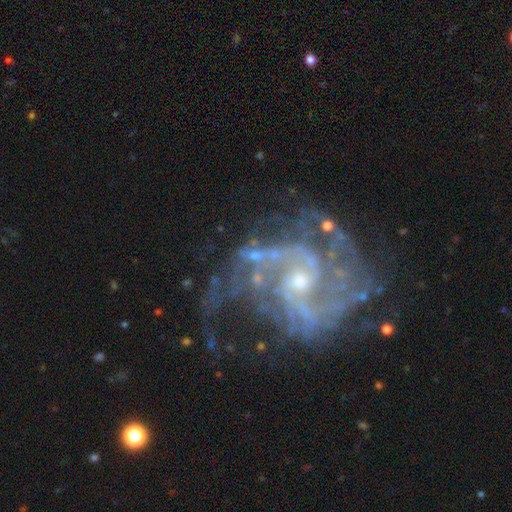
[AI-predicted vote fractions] Q: Smooth or featured?
A: featured or disk (88%); runner-up: star or artifact (8%)
Q: Edge-on disk?
A: no (98%); runner-up: yes (2%)
Q: Bar?
A: no (56%); runner-up: weak (33%)
Q: Spiral arms?
A: yes (97%); runner-up: no (3%)
Q: Spiral winding?
A: medium (52%); runner-up: tight (30%)
Q: Spiral arm count?
A: 2 (50%); runner-up: 3 (17%)
Q: Bulge size?
A: small (59%); runner-up: moderate (34%)
Q: Merging?
A: none (57%); runner-up: minor disturbance (19%)